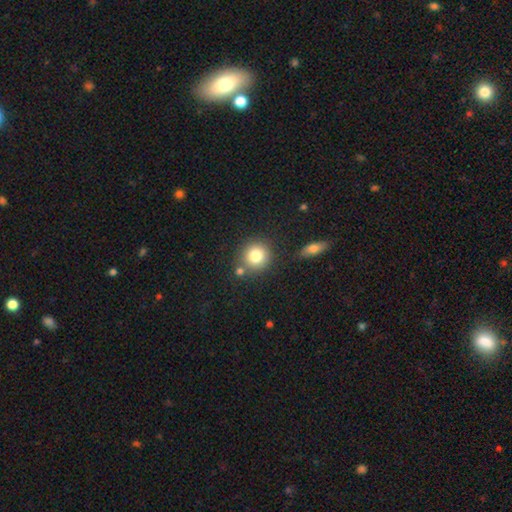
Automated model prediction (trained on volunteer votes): smooth 81%, star or artifact 10%, featured or disk 9%. Down the decision tree: how rounded — round (89%); merging — none (74%).